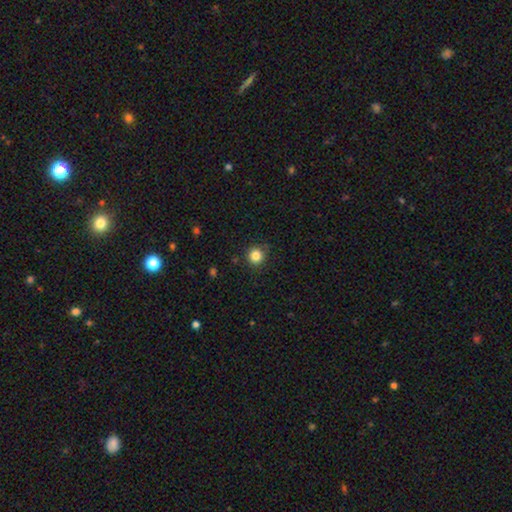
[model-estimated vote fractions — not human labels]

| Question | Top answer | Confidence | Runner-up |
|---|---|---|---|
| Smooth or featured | smooth | 83% | star or artifact (12%) |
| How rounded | round | 94% | in between (5%) |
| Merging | none | 89% | minor disturbance (8%) |